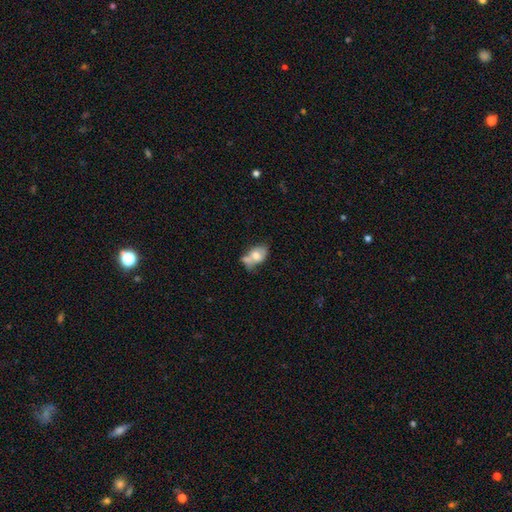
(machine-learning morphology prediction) Smooth or featured: smooth — 62% (featured or disk — 30%)
How rounded: in between — 83% (round — 15%)
Merging: merger — 41% (none — 28%)